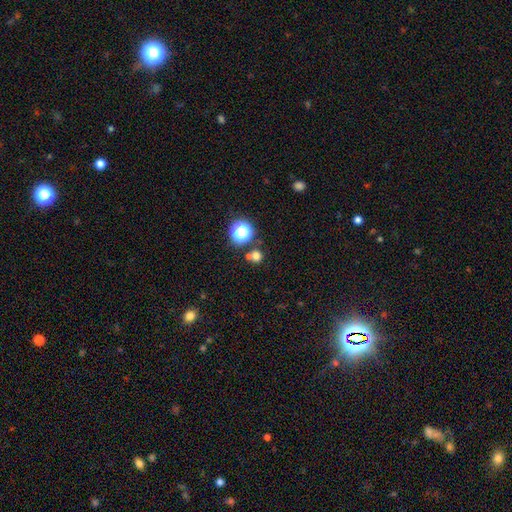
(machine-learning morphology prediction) type=smooth (69%); roundness=round (87%); merging=none (68%).